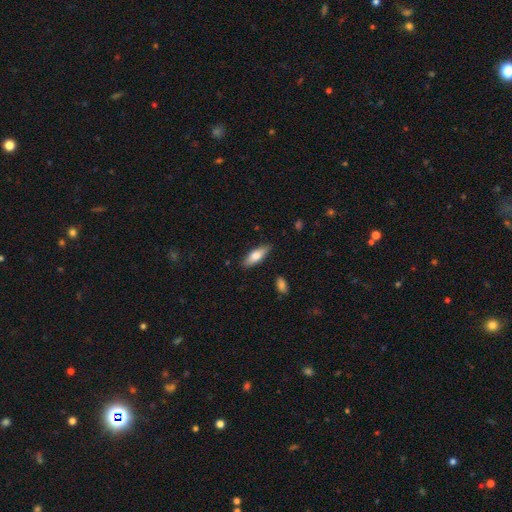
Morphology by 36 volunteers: Q: Smooth or featured?
A: smooth (72%); runner-up: featured or disk (28%)
Q: How rounded?
A: in between (69%); runner-up: cigar-shaped (31%)
Q: Merging?
A: none (83%); runner-up: minor disturbance (8%)